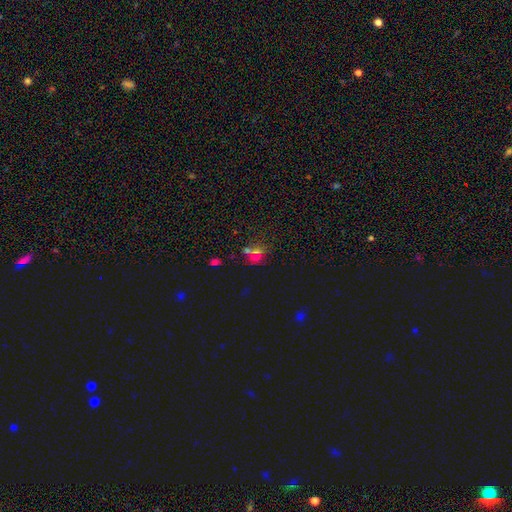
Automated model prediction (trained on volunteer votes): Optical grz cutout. It shows a smooth galaxy with no disk features (44%). Merging: none (56%).